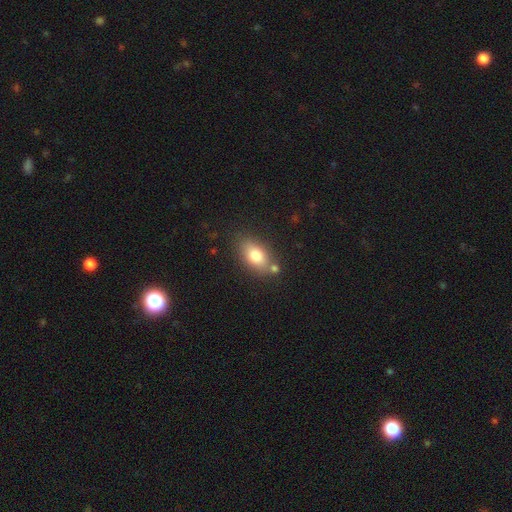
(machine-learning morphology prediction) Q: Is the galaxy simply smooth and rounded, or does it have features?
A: smooth — 78%.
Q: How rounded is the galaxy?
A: in between — 87%.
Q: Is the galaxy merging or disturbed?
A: none — 71%.